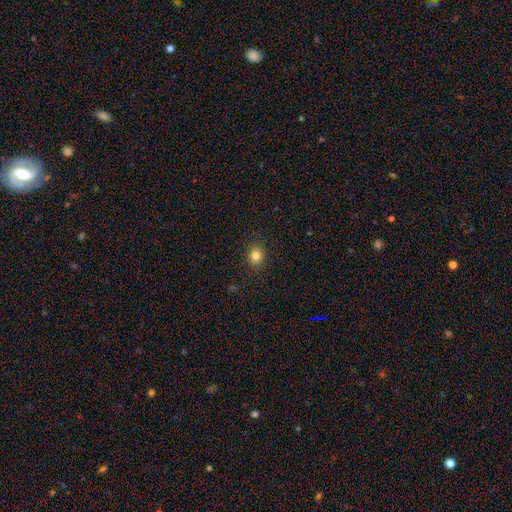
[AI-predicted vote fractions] smooth-or-featured: smooth: 82% | star or artifact: 12% | featured or disk: 6%
  how-rounded: round: 72% | in between: 27% | cigar-shaped: 1%
  merging: none: 89% | minor disturbance: 7% | major disturbance: 2% | merger: 1%